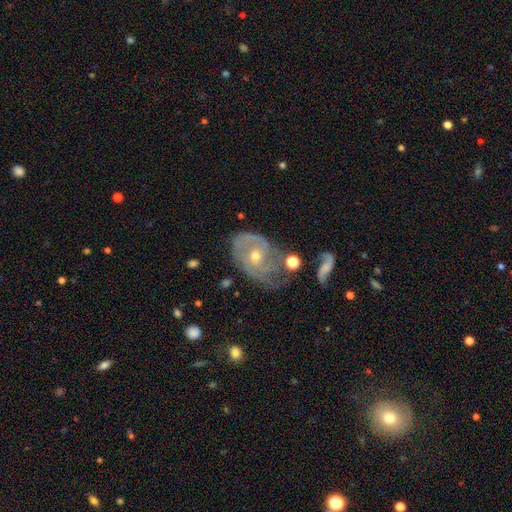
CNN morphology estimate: This is clearly a featured or disk galaxy (81%). It is clearly not viewed edge-on (96%). Bar: likely no (67%). Spiral arm pattern: clearly yes (89%). Spiral arm count: marginally 2 (41%). Spiral winding: possibly tight (51%). Central bulge: possibly moderate (53%). Merging: possibly none (45%).